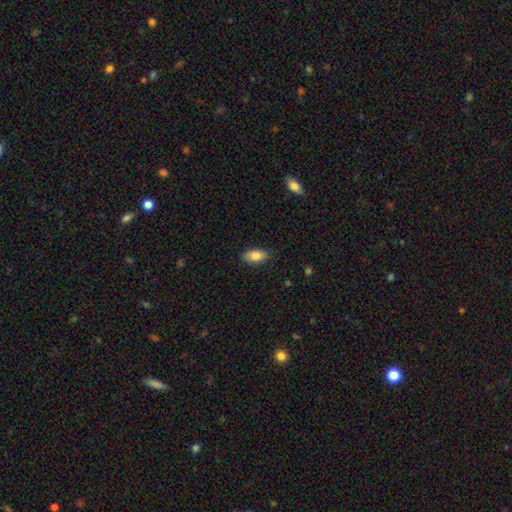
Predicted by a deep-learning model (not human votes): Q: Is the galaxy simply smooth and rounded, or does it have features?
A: smooth — 84%.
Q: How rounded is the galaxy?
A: in between — 91%.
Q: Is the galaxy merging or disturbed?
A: none — 87%.